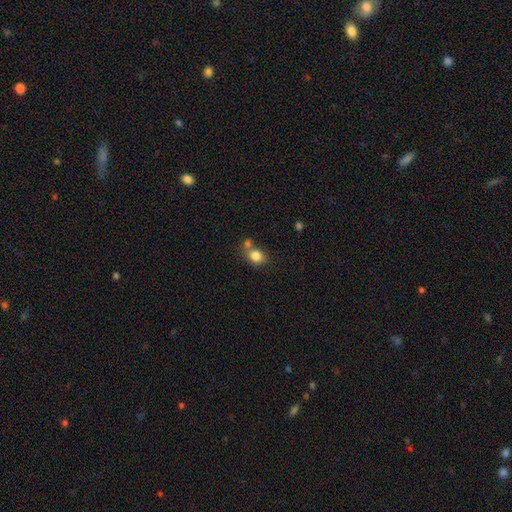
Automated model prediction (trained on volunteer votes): Smooth or featured? Predicted: smooth (p=0.83). How rounded? Predicted: round (p=0.60). Merging? Predicted: none (p=0.50).